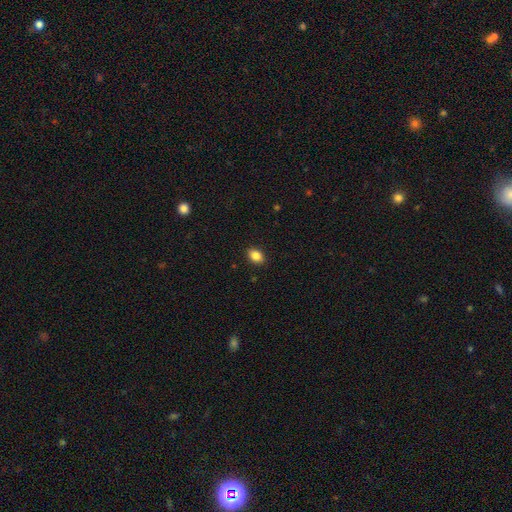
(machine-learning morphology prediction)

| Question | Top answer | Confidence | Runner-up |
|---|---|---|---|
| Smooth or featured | smooth | 86% | star or artifact (9%) |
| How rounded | in between | 75% | round (23%) |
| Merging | none | 89% | minor disturbance (8%) |